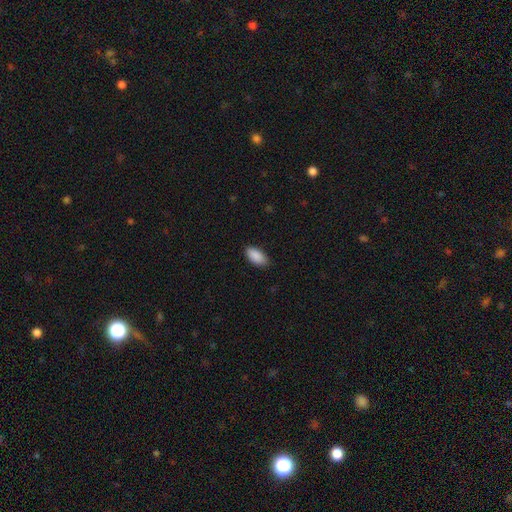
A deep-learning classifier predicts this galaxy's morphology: smooth-or-featured: smooth: 90% | star or artifact: 6% | featured or disk: 3%
  how-rounded: in between: 94% | cigar-shaped: 4% | round: 2%
  merging: none: 85% | minor disturbance: 12% | major disturbance: 2% | merger: 1%